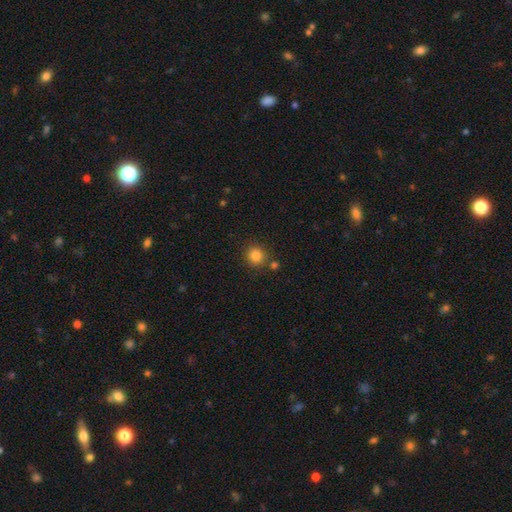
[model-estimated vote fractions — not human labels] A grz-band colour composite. It shows a smooth galaxy with no disk features (84%) that is round (89%). Merging: none (82%).